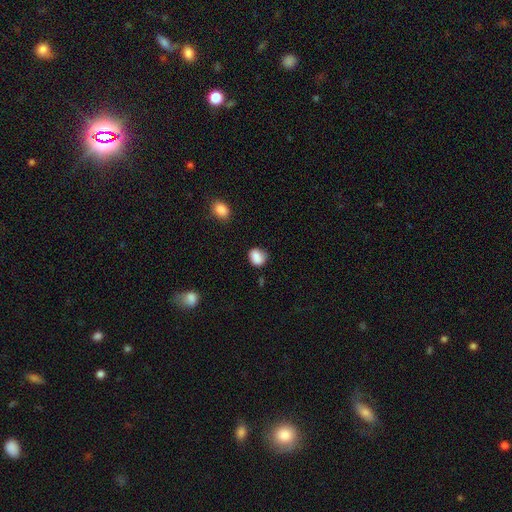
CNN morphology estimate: The model was most divided on "how rounded": round: 60%, in between: 39%, cigar-shaped: 1%. More confident: smooth or featured — smooth (84%); merging — none (64%).